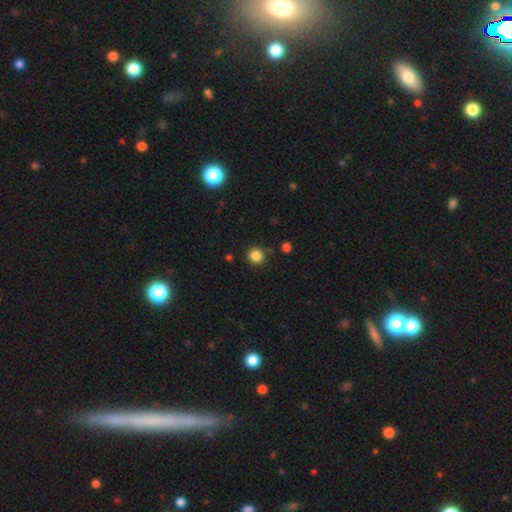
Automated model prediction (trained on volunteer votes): Smooth or featured? Predicted: smooth (p=0.85). How rounded? Predicted: round (p=0.91). Merging? Predicted: none (p=0.87).